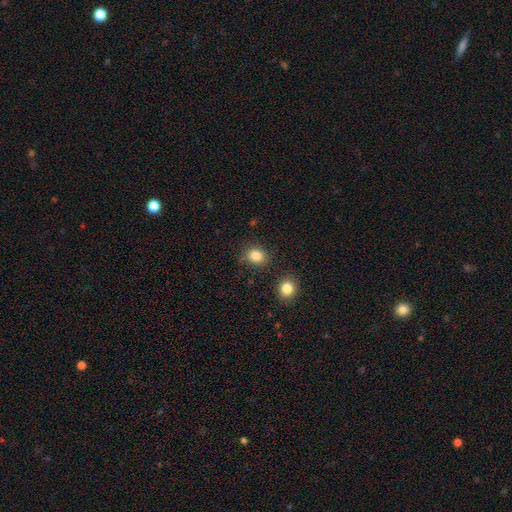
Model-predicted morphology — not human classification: smooth 85%, star or artifact 10%, featured or disk 5%. Down the decision tree: how rounded — round (64%); merging — none (80%).